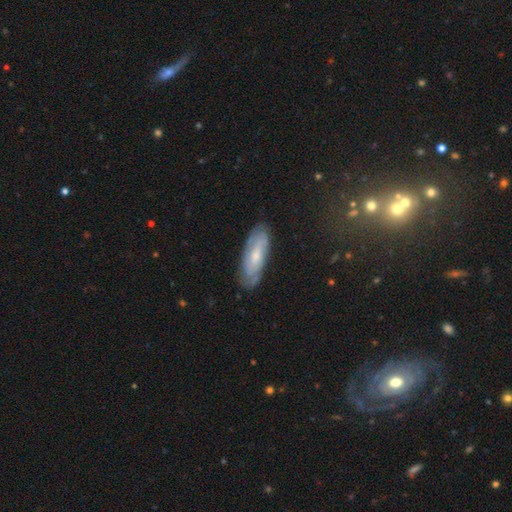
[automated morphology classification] Smooth or featured: featured or disk — 57% (smooth — 36%)
Edge-on disk: no — 80% (yes — 20%)
Merging: none — 80% (minor disturbance — 16%)